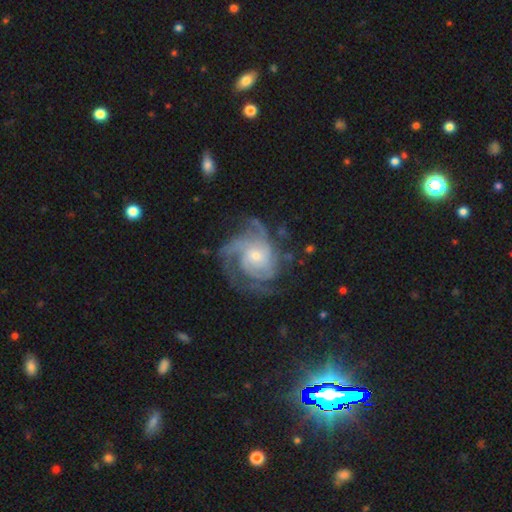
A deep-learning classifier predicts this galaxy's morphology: This appears to be a featured or disk galaxy (88%) with no bar (73%), 3 (37%) tight (54%) spiral arms (97%) and a small central bulge (57%). Merging: none (63%).